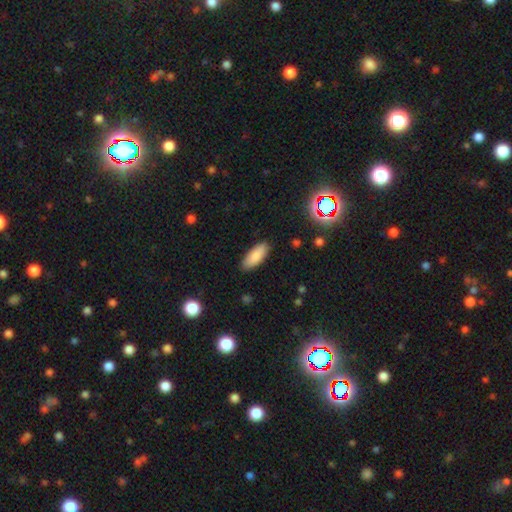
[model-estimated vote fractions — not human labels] Q: Smooth or featured?
A: smooth (86%); runner-up: featured or disk (7%)
Q: How rounded?
A: in between (75%); runner-up: cigar-shaped (23%)
Q: Merging?
A: none (88%); runner-up: minor disturbance (9%)